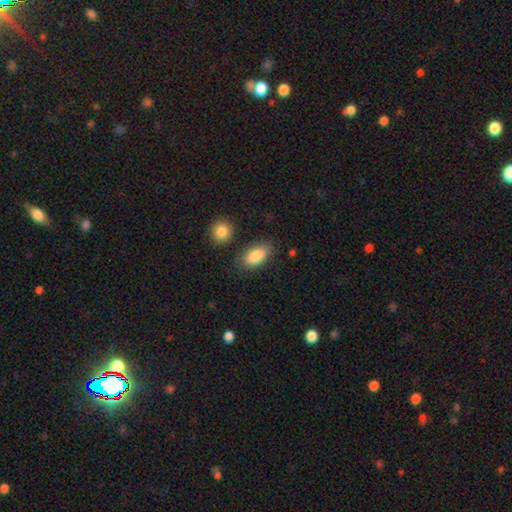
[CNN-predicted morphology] A smooth galaxy with no disk features (86%) that is in between round and cigar-shaped (92%). Merging: none (77%).